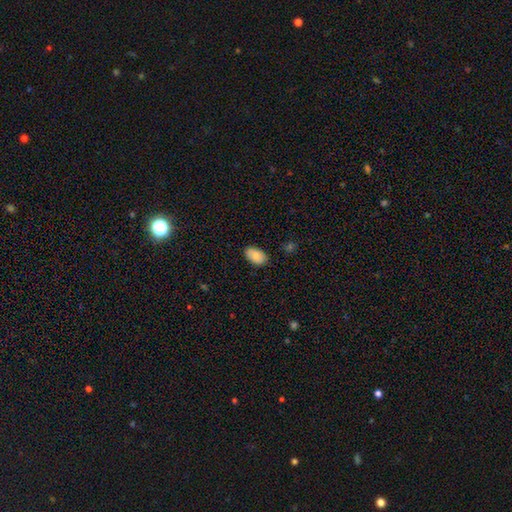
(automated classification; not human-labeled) This is clearly a smooth galaxy (81%). How rounded: clearly in between (93%). Merging: clearly none (84%).